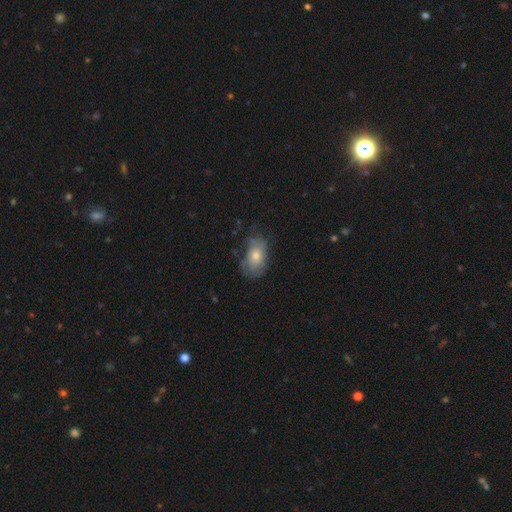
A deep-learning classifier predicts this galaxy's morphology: type=smooth (62%); roundness=in between (86%); merging=none (55%).